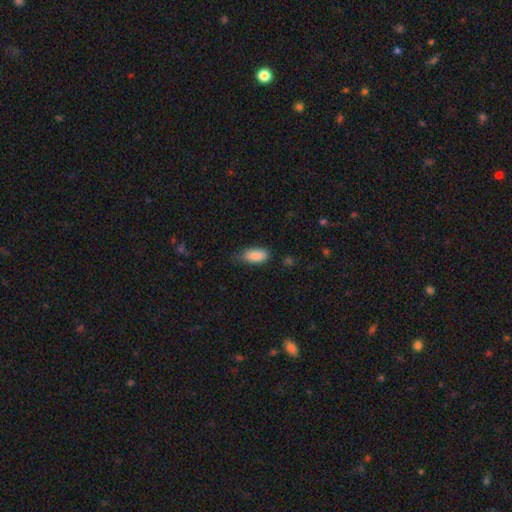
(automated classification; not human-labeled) This appears to be a smooth galaxy with no disk features (87%) that is in between round and cigar-shaped (90%). Merging: none (63%).